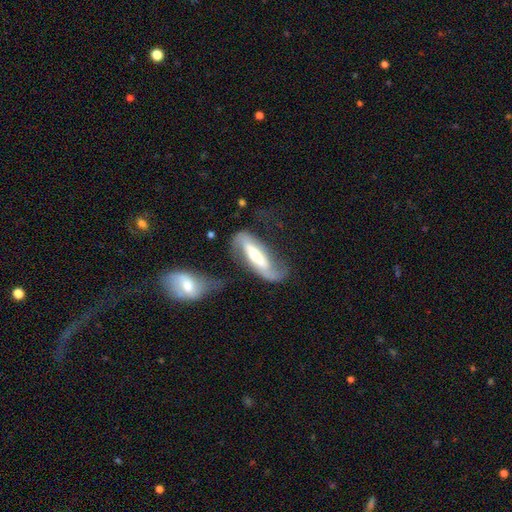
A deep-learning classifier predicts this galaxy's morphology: type=featured or disk (67%); edge-on=no (75%); bar=strong (57%); spiral arms=yes (81%); bulge=moderate (51%); merging=none (42%).